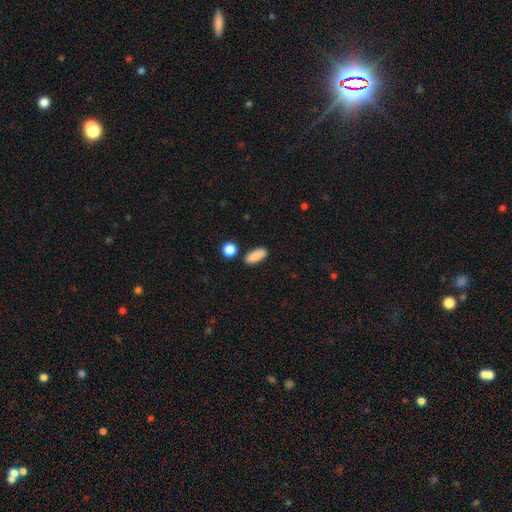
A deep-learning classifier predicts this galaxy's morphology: Q: Smooth or featured?
A: smooth (88%); runner-up: star or artifact (7%)
Q: How rounded?
A: in between (76%); runner-up: cigar-shaped (20%)
Q: Merging?
A: none (84%); runner-up: minor disturbance (9%)